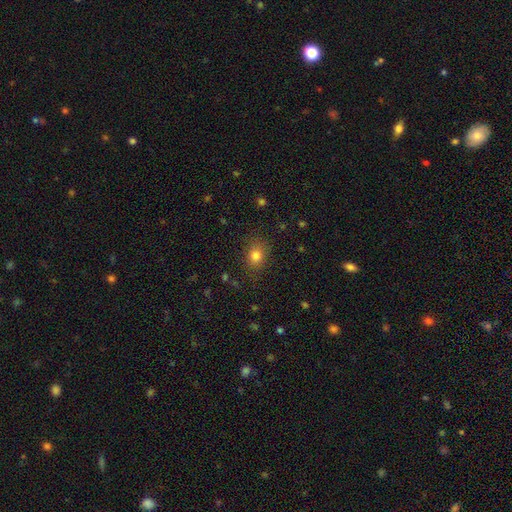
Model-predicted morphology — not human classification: Q: Smooth or featured?
A: smooth (80%); runner-up: star or artifact (13%)
Q: How rounded?
A: round (52%); runner-up: in between (47%)
Q: Merging?
A: none (82%); runner-up: minor disturbance (13%)